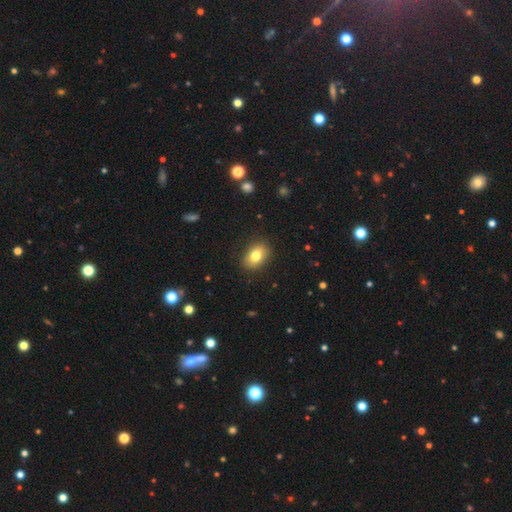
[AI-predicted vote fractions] Smooth or featured: smooth — 80% (featured or disk — 11%)
How rounded: in between — 80% (round — 19%)
Merging: none — 88% (minor disturbance — 9%)